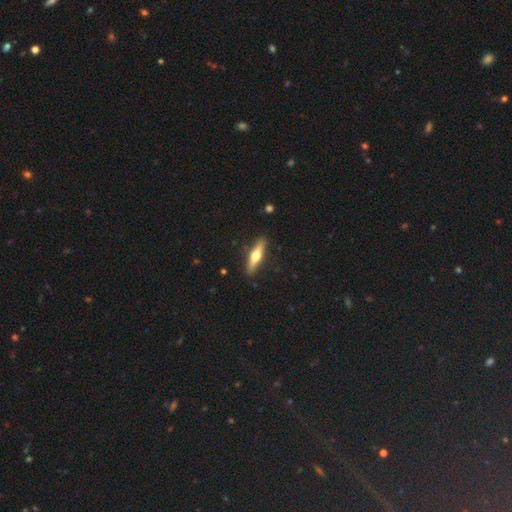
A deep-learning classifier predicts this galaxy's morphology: Smooth or featured? Predicted: featured or disk (p=0.56). Edge-on disk? Predicted: yes (p=0.94). Edge-on bulge? Predicted: rounded (p=0.94). Merging? Predicted: none (p=0.90).